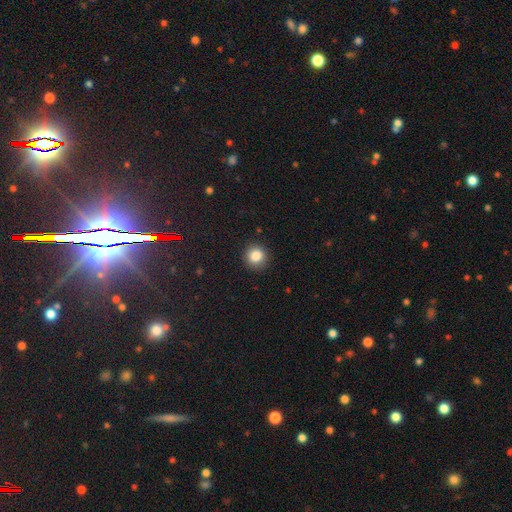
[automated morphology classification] A smooth galaxy with no disk features (85%) that is round (91%).

Vote fractions:
- Smooth or featured? smooth: 85% / star or artifact: 11% / featured or disk: 5%
- How rounded? round: 91% / in between: 8% / cigar-shaped: 1%
- Merging? none: 90% / minor disturbance: 7% / major disturbance: 2% / merger: 1%